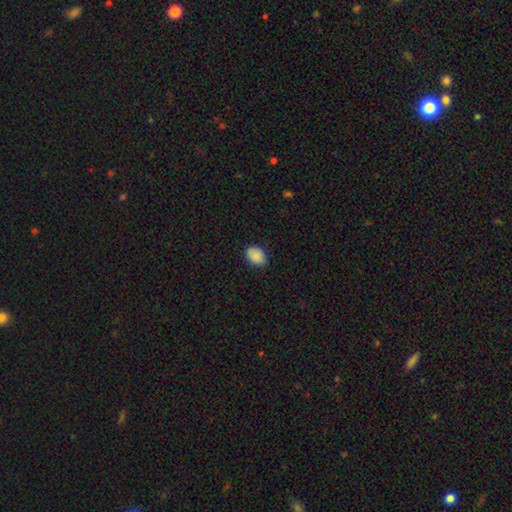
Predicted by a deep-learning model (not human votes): smooth 88%, star or artifact 7%, featured or disk 4%. Down the decision tree: how rounded — in between (76%); merging — none (84%).